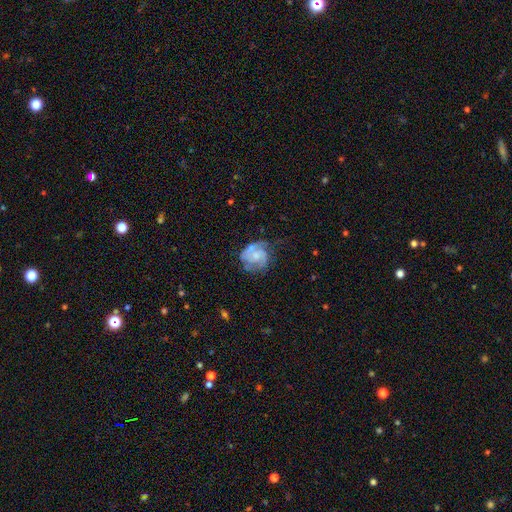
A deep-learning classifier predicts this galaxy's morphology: Overall: featured or disk (74%). Edge-on disk: no (98%). Bar: no (69%). Spiral arms: yes (88%). Spiral arm count: 2 (57%; can't tell 19%). Spiral winding: tight (45%; medium 41%). Bulge size: small (47%; moderate 37%). Merging: none (50%; minor disturbance 25%).